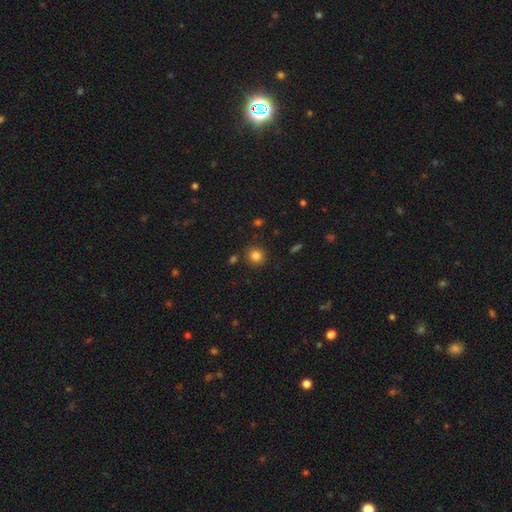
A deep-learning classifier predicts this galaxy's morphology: smooth-or-featured: smooth: 82% | star or artifact: 12% | featured or disk: 5%
  how-rounded: round: 89% | in between: 10% | cigar-shaped: 1%
  merging: none: 87% | minor disturbance: 7% | merger: 3% | major disturbance: 2%